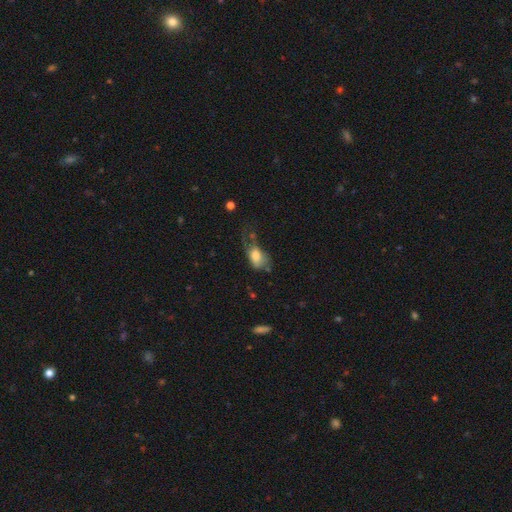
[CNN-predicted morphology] smooth_or_featured: smooth (p=0.68) [alt: featured or disk p=0.23]
how_rounded: in between (p=0.87) [alt: round p=0.10]
merging: major disturbance (p=0.49) [alt: minor disturbance p=0.24]